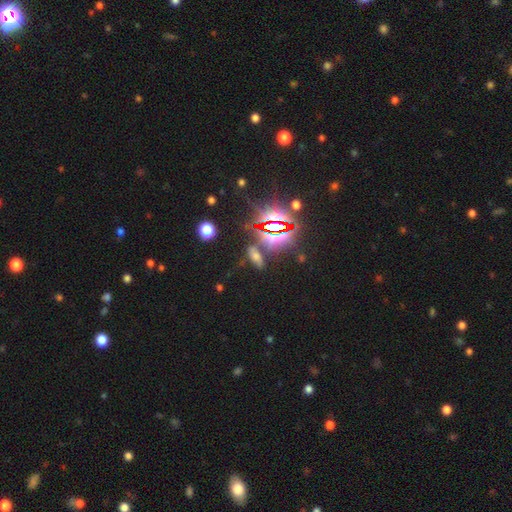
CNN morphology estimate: Smooth or featured? Predicted: star or artifact (p=0.46).